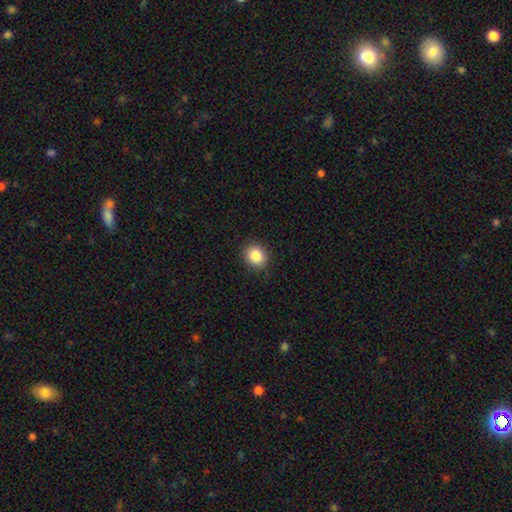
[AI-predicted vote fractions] Smooth or featured?
  - smooth: 86% *
  - star or artifact: 9%
  - featured or disk: 5%
How rounded?
  - round: 73% *
  - in between: 26%
  - cigar-shaped: 1%
Merging?
  - none: 88% *
  - minor disturbance: 9%
  - major disturbance: 2%
  - merger: 1%